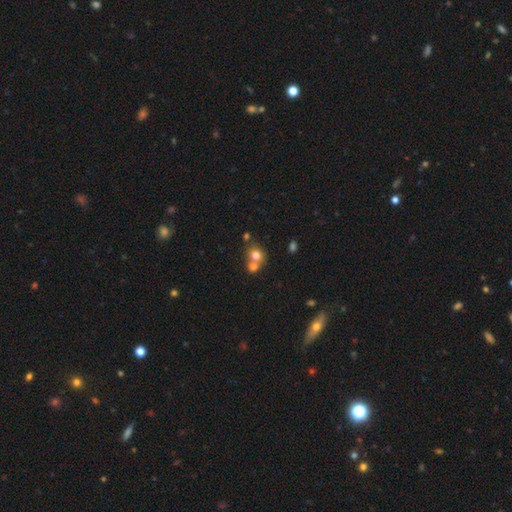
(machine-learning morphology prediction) This is likely a smooth galaxy (74%). How rounded: likely round (77%). Merging: possibly merger (54%).